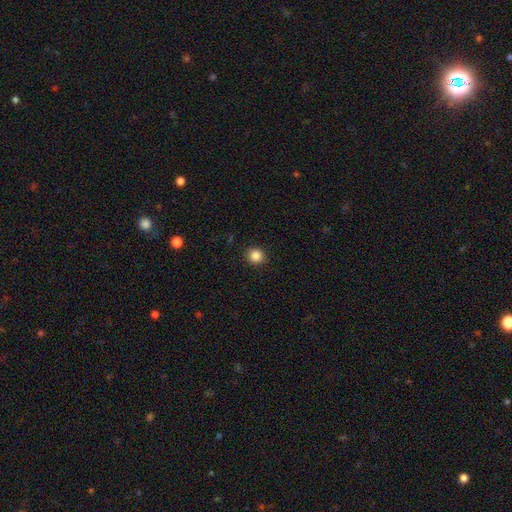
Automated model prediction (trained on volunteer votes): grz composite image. It shows a smooth galaxy with no disk features (86%) that is round (93%). Merging: none (92%).